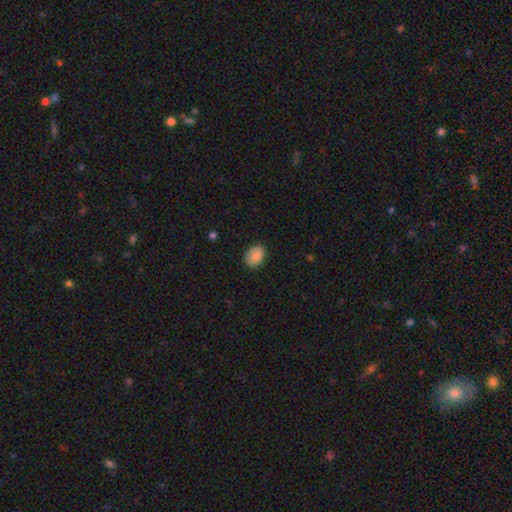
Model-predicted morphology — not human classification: type=smooth (87%); roundness=in between (74%); merging=none (84%).